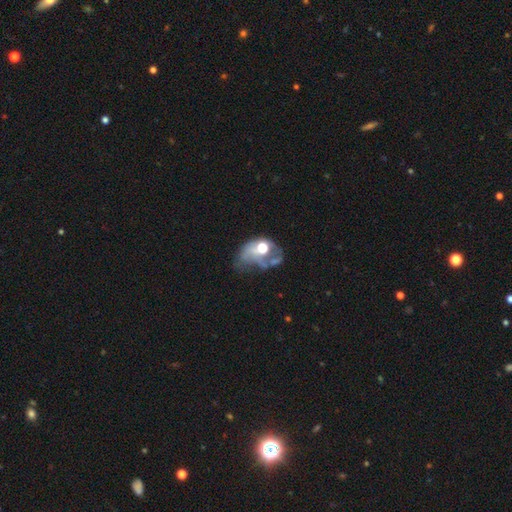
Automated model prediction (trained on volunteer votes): Q: Smooth or featured?
A: featured or disk (52%); runner-up: smooth (34%)
Q: Edge-on disk?
A: no (96%); runner-up: yes (4%)
Q: Merging?
A: major disturbance (49%); runner-up: none (18%)